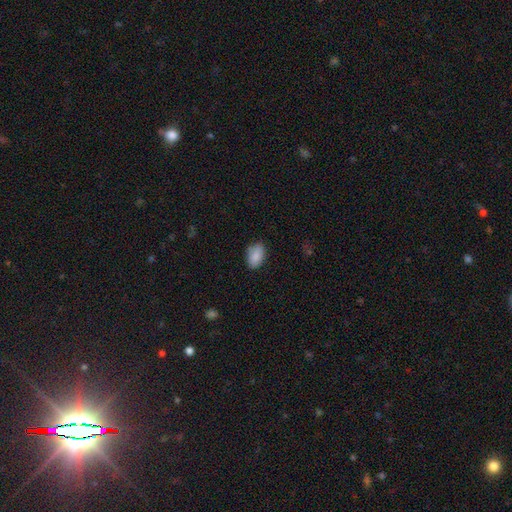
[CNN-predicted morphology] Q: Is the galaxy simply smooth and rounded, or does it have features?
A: smooth — 88%.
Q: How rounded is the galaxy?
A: in between — 91%.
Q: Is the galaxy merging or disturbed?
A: none — 81%.